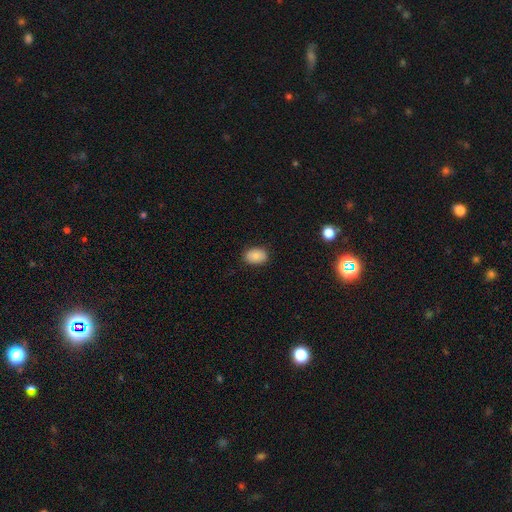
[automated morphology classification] Smooth or featured? smooth (85%)
How rounded? in between (82%)
Merging? none (86%)